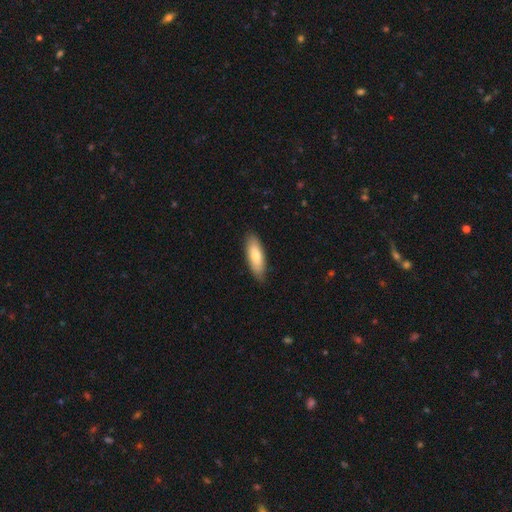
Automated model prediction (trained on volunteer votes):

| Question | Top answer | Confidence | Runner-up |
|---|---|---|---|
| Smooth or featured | smooth | 73% | featured or disk (21%) |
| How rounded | in between | 62% | cigar-shaped (37%) |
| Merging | none | 84% | minor disturbance (13%) |